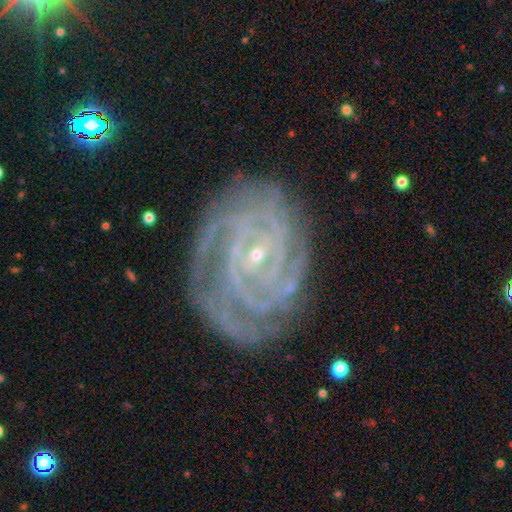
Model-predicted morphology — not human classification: smooth_or_featured: featured or disk (p=0.90) [alt: star or artifact p=0.06]
disk_edge_on: no (p=0.97) [alt: yes p=0.03]
bar: no (p=0.47) [alt: weak p=0.36]
has_spiral_arms: yes (p=0.98) [alt: no p=0.02]
spiral_winding: tight (p=0.82) [alt: medium p=0.16]
spiral_arm_count: 4 (p=0.24) [alt: can't tell p=0.20]
bulge_size: small (p=0.86) [alt: moderate p=0.10]
merging: none (p=0.77) [alt: minor disturbance p=0.16]